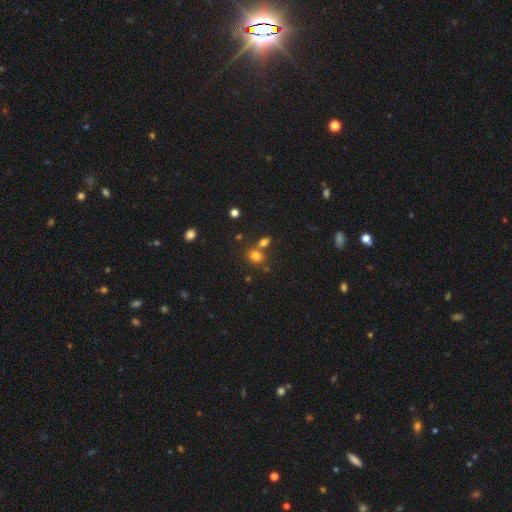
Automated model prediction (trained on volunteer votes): Morphology: type=smooth (77%); roundness=round (57%); merging=none (55%).